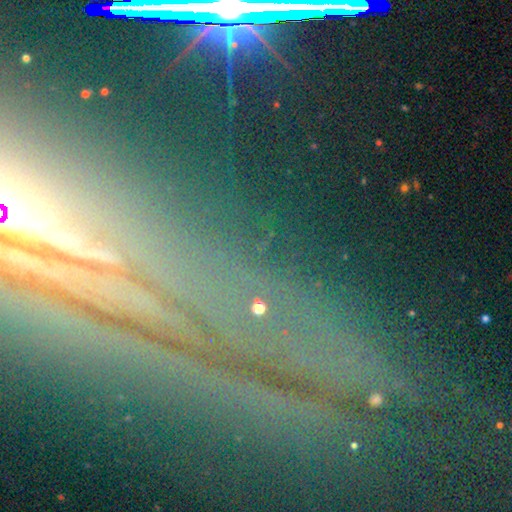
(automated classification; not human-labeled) star or artifact 75%, featured or disk 13%, smooth 12%.